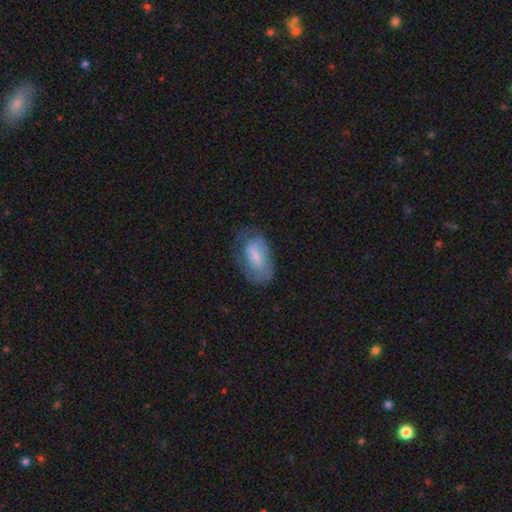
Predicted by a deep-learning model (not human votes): Smooth or featured: smooth — 52% (featured or disk — 41%)
How rounded: in between — 90% (round — 6%)
Merging: none — 54% (minor disturbance — 28%)